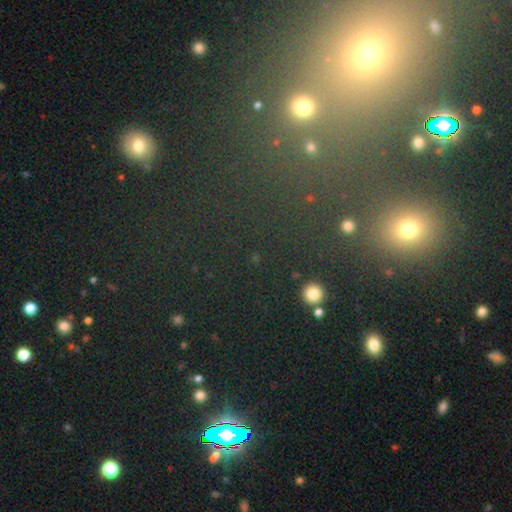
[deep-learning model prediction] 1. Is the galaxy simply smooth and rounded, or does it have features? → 53% star or artifact, 37% smooth, 10% featured or disk.